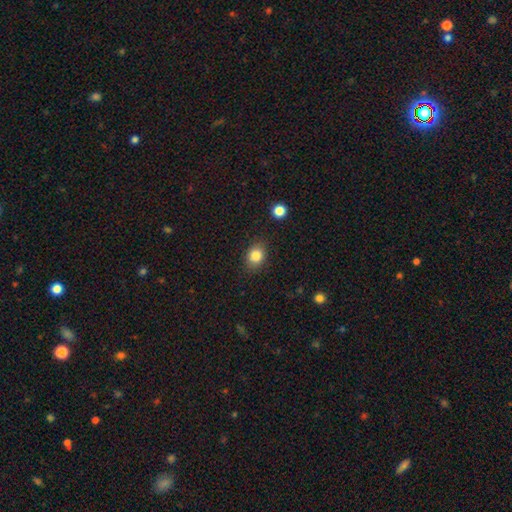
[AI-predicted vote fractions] smooth 84%, star or artifact 10%, featured or disk 6%. Down the decision tree: how rounded — round (55%); merging — none (85%).